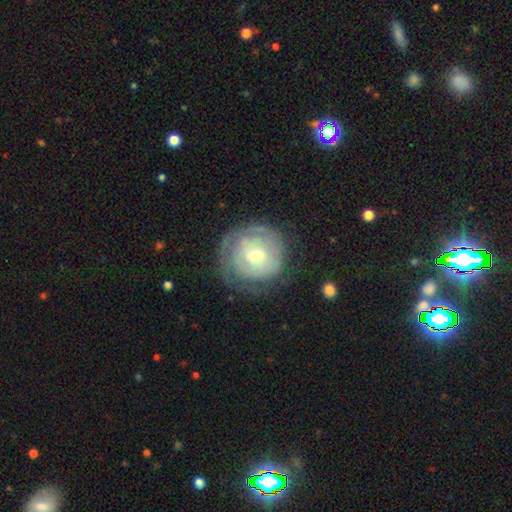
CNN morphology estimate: Overall: featured or disk (61%; smooth 32%). Edge-on disk: no (97%). Bar: no (63%; weak 31%). Spiral arms: yes (68%; no 32%). Bulge size: moderate (47%; small 45%). Merging: none (66%).